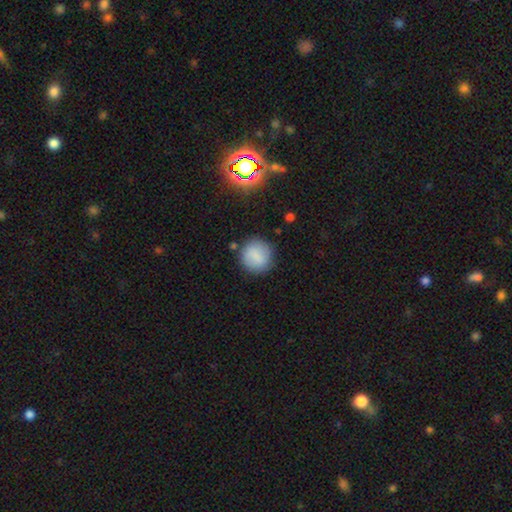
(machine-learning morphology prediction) Smooth or featured?
  - smooth: 83% *
  - featured or disk: 9%
  - star or artifact: 8%
How rounded?
  - round: 89% *
  - in between: 10%
  - cigar-shaped: 1%
Merging?
  - none: 81% *
  - minor disturbance: 12%
  - major disturbance: 4%
  - merger: 3%